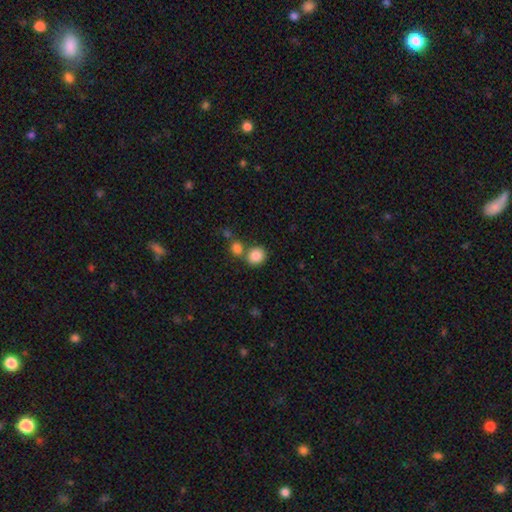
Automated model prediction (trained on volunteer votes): Overall: smooth (85%). How rounded: round (78%). Merging: none (63%; merger 25%).